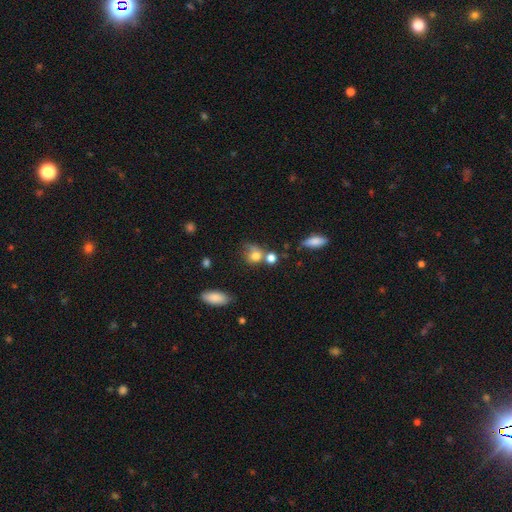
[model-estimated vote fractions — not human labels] Smooth or featured? smooth (76%)
How rounded? round (64%)
Merging? none (37%)